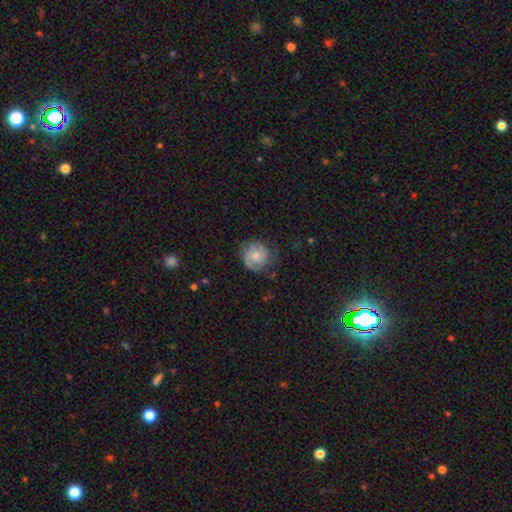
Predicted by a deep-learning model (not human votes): smooth_or_featured: featured or disk (p=0.55) [alt: smooth p=0.37]
disk_edge_on: no (p=0.97) [alt: yes p=0.03]
bar: no (p=0.76) [alt: weak p=0.21]
has_spiral_arms: yes (p=0.86) [alt: no p=0.14]
bulge_size: moderate (p=0.52) [alt: small p=0.39]
merging: none (p=0.70) [alt: minor disturbance p=0.20]